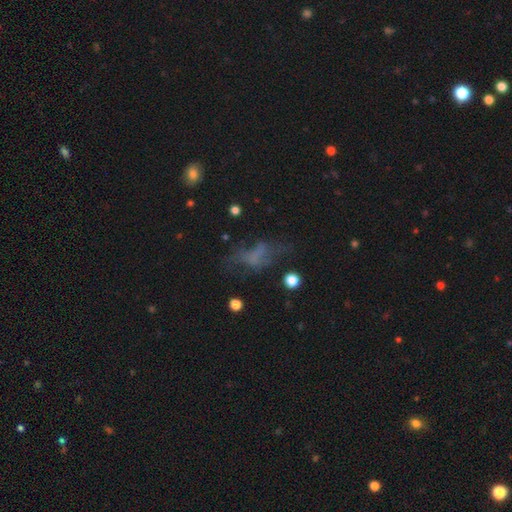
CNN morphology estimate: A smooth galaxy with no disk features (39%). Merging: none (40%).